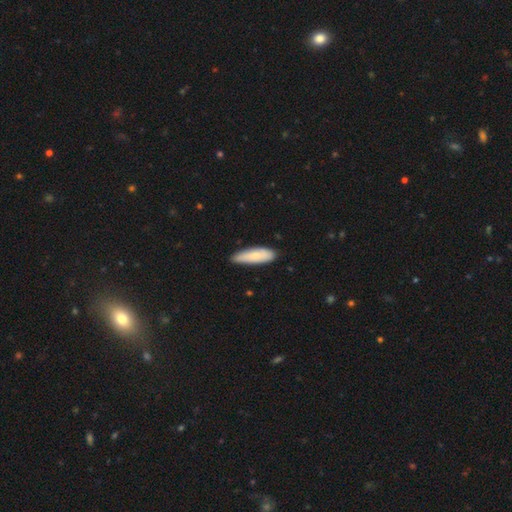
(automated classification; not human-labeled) A smooth galaxy with no disk features (77%) that is cigar-shaped (53%). Merging: none (81%).